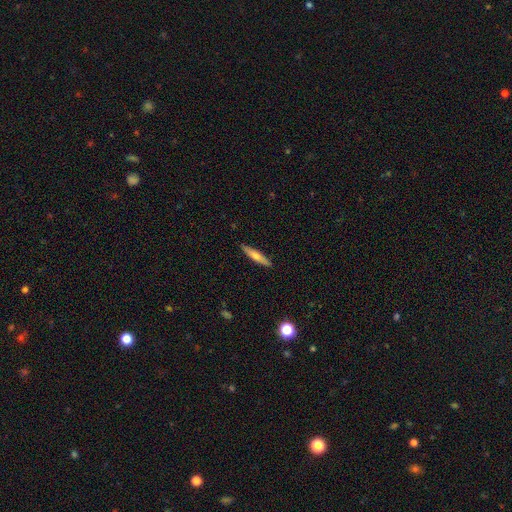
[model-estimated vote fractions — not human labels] Q: Smooth or featured?
A: smooth (55%); runner-up: featured or disk (39%)
Q: How rounded?
A: cigar-shaped (87%); runner-up: in between (12%)
Q: Merging?
A: none (89%); runner-up: minor disturbance (8%)